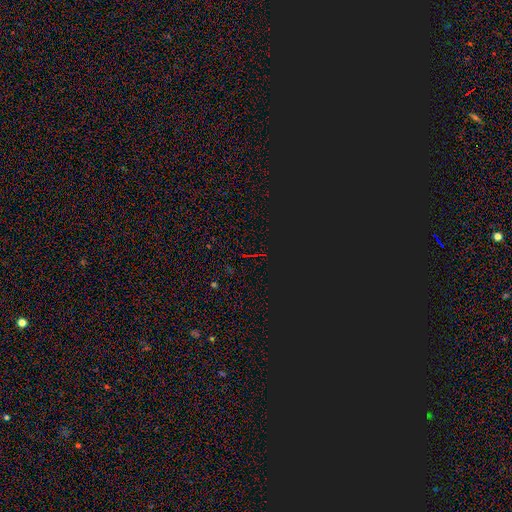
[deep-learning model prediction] Overall: star or artifact (81%).